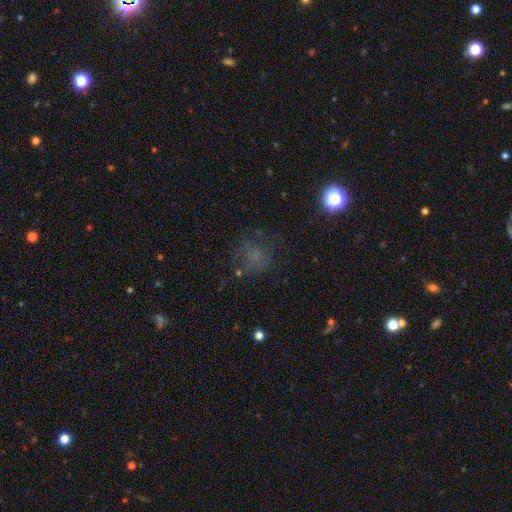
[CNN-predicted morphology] Overall: smooth (53%; star or artifact 27%). How rounded: round (80%). Merging: none (62%).